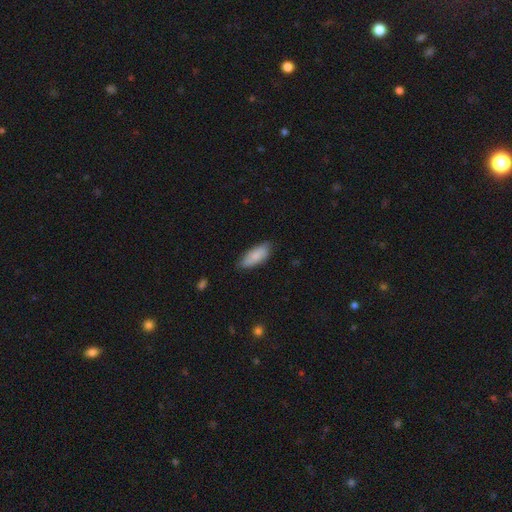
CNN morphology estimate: Smooth or featured?
  - smooth: 80% *
  - featured or disk: 15%
  - star or artifact: 6%
How rounded?
  - in between: 78% *
  - cigar-shaped: 20%
  - round: 2%
Merging?
  - none: 72% *
  - minor disturbance: 23%
  - major disturbance: 3%
  - merger: 1%